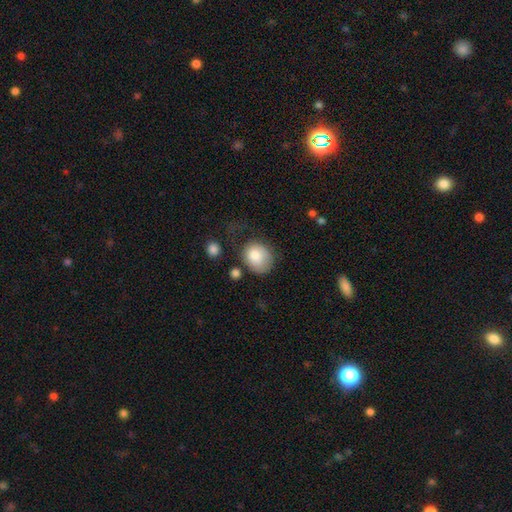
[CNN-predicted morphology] type=smooth (82%); roundness=round (62%); merging=none (48%).